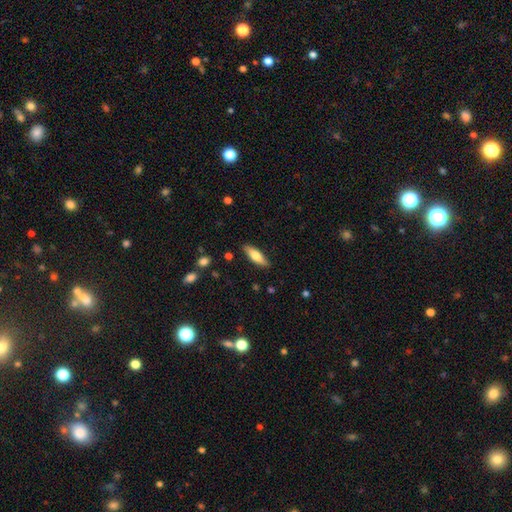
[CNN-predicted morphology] Smooth or featured? Predicted: smooth (p=0.67). How rounded? Predicted: cigar-shaped (p=0.51). Merging? Predicted: none (p=0.87).